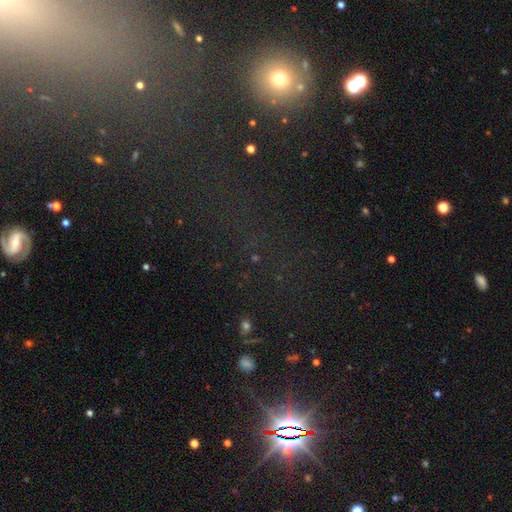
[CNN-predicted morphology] Overall: star or artifact (62%; smooth 24%).